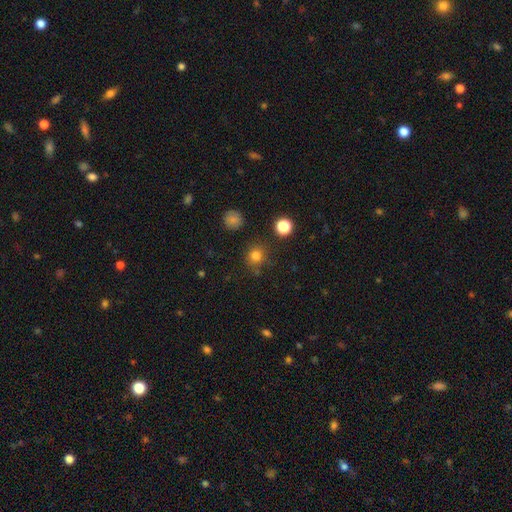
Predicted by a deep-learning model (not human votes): smooth-or-featured: smooth: 78% | star or artifact: 16% | featured or disk: 5%
  how-rounded: round: 90% | in between: 9% | cigar-shaped: 1%
  merging: none: 82% | minor disturbance: 10% | merger: 4% | major disturbance: 4%